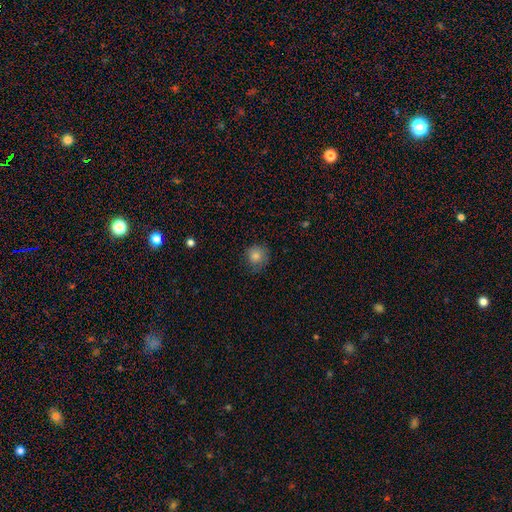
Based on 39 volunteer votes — A smooth galaxy with no disk features (85%) that is round (94%). Merging: none (68%).